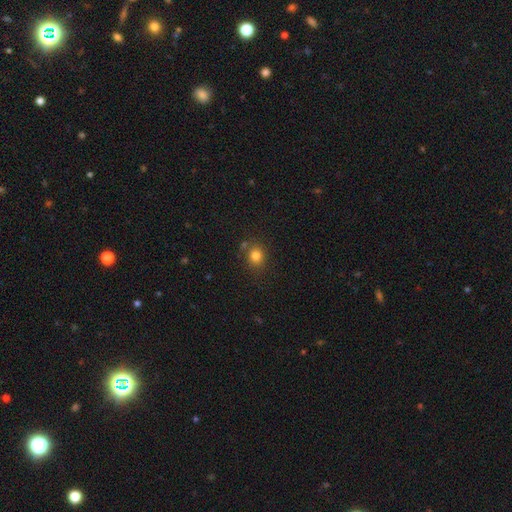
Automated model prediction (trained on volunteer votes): Morphology: type=smooth (81%); roundness=round (74%); merging=none (75%).